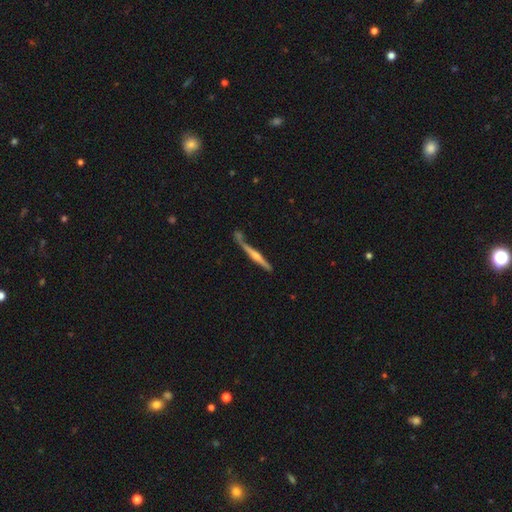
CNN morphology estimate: Overall: featured or disk (70%). Edge-on disk: yes (96%). Edge-on bulge: rounded (79%). Merging: none (64%).